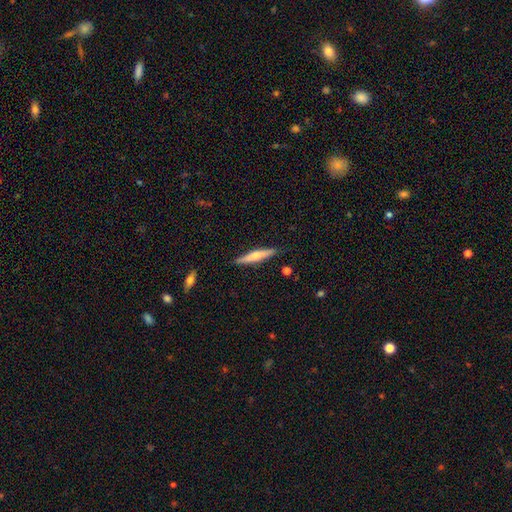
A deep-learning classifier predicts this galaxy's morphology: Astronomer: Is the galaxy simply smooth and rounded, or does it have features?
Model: smooth — 52% (runner-up: featured or disk, 43%).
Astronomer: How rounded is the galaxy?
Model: cigar-shaped — 90%.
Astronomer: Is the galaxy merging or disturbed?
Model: none — 88%.